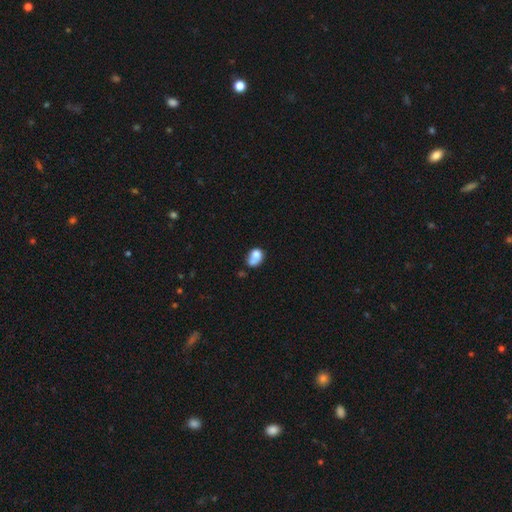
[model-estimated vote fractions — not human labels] Smooth or featured? Predicted: smooth (p=0.70). How rounded? Predicted: in between (p=0.59). Merging? Predicted: merger (p=0.40).